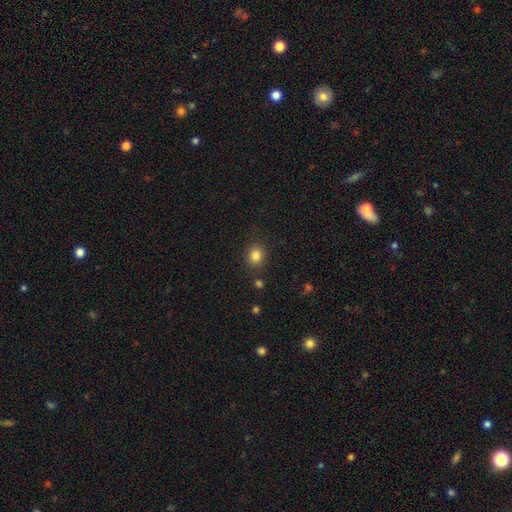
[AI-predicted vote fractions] Q: Smooth or featured?
A: smooth (83%); runner-up: star or artifact (12%)
Q: How rounded?
A: round (69%); runner-up: in between (30%)
Q: Merging?
A: none (85%); runner-up: minor disturbance (9%)